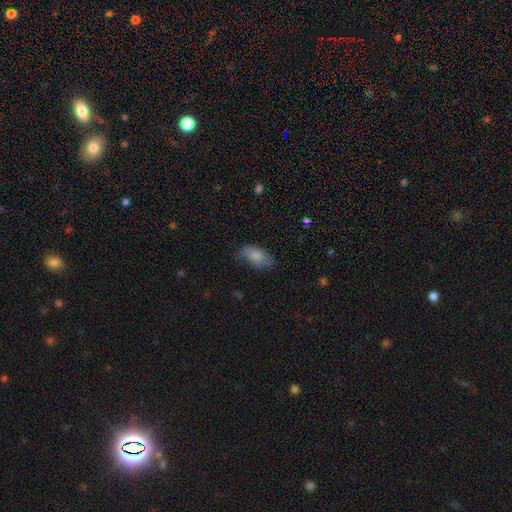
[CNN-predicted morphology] Smooth or featured: smooth — 82% (featured or disk — 12%)
How rounded: in between — 93% (round — 4%)
Merging: none — 61% (minor disturbance — 29%)